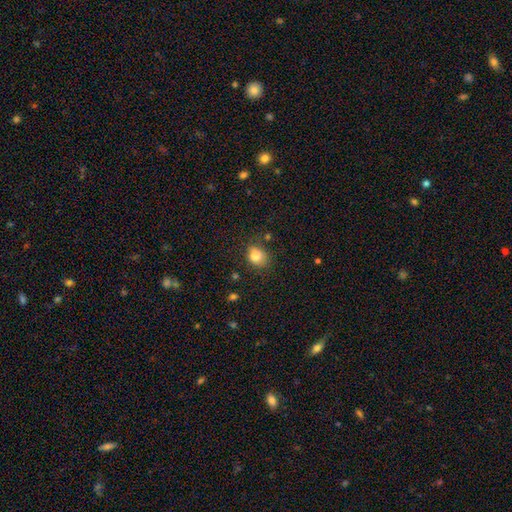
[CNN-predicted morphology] type=smooth (84%); roundness=round (50%); merging=none (70%).